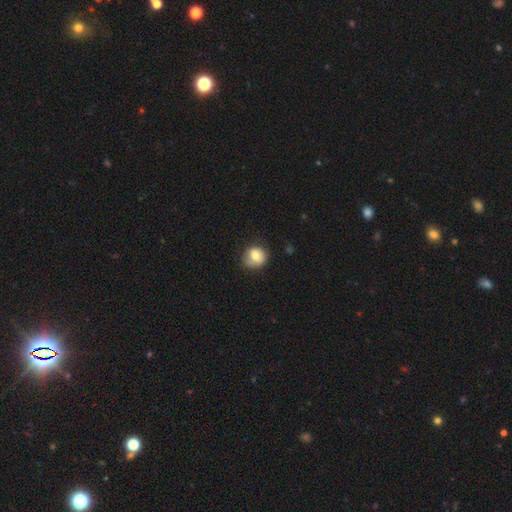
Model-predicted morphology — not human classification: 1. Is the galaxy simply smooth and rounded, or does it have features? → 74% smooth, 17% featured or disk, 8% star or artifact.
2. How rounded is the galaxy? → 79% round, 20% in between, 1% cigar-shaped.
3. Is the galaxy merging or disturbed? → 65% none, 26% minor disturbance, 7% major disturbance, 2% merger.